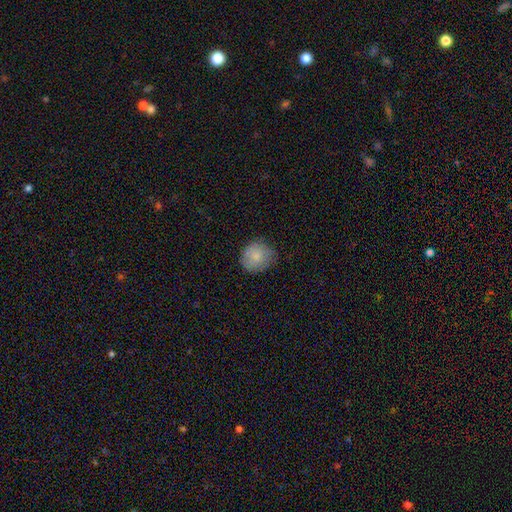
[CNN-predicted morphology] type=smooth (82%); roundness=round (84%); merging=none (73%).